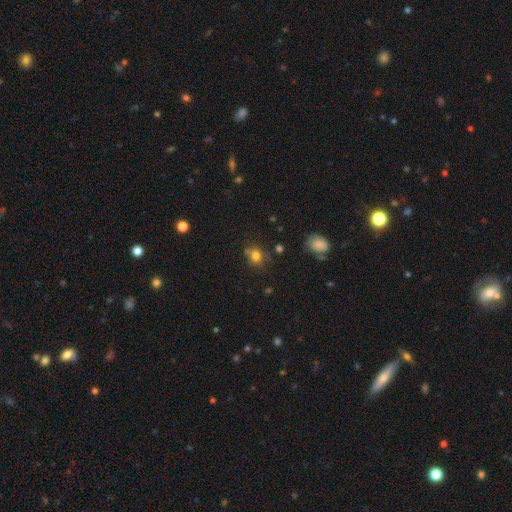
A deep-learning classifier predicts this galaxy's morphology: Smooth or featured?
  - smooth: 76% *
  - star or artifact: 13%
  - featured or disk: 10%
How rounded?
  - round: 55% *
  - in between: 44%
  - cigar-shaped: 1%
Merging?
  - none: 63% *
  - minor disturbance: 22%
  - merger: 8%
  - major disturbance: 7%